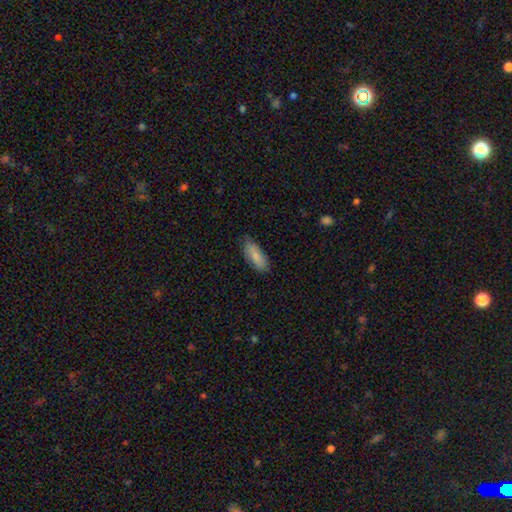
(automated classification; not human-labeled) A smooth galaxy with no disk features (86%) that is in between round and cigar-shaped (73%).

Vote fractions:
- Smooth or featured? smooth: 86% / featured or disk: 8% / star or artifact: 6%
- How rounded? in between: 73% / cigar-shaped: 25% / round: 2%
- Merging? none: 78% / minor disturbance: 18% / major disturbance: 3% / merger: 1%